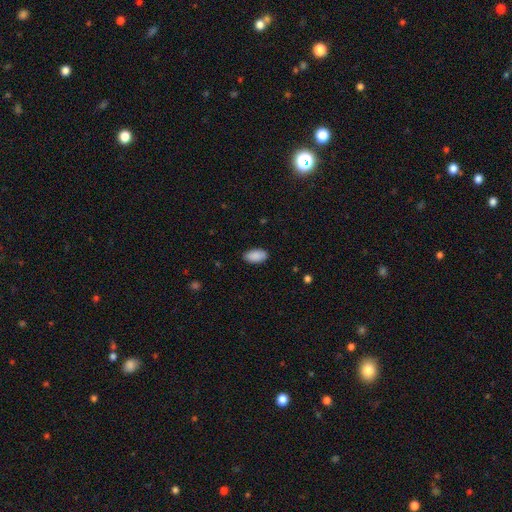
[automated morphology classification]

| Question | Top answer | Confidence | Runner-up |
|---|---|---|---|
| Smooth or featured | smooth | 90% | star or artifact (6%) |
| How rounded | in between | 95% | round (3%) |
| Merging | none | 88% | minor disturbance (9%) |